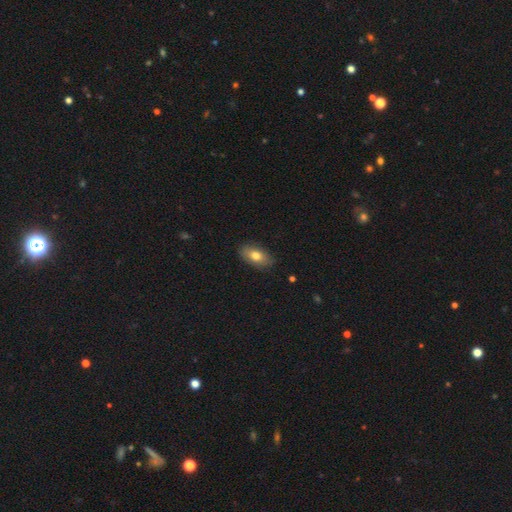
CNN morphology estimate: Smooth or featured? Predicted: smooth (p=0.75). How rounded? Predicted: in between (p=0.89). Merging? Predicted: none (p=0.83).